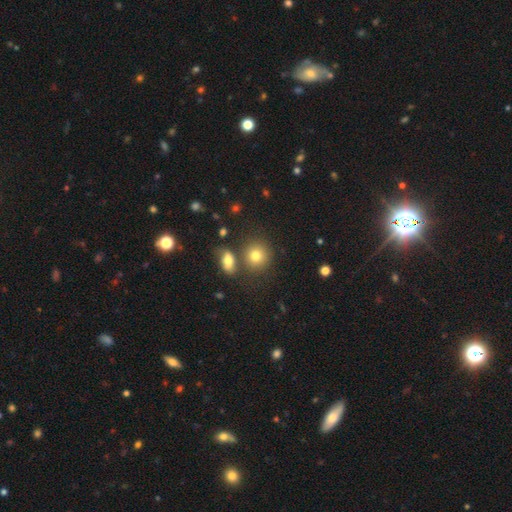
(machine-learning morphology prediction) Smooth or featured? Predicted: smooth (p=0.79). How rounded? Predicted: round (p=0.81). Merging? Predicted: none (p=0.69).